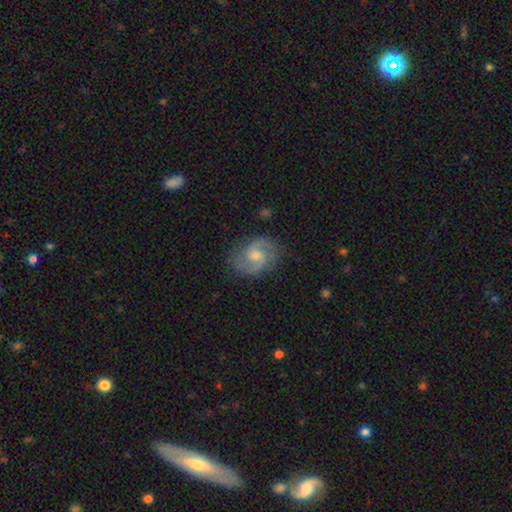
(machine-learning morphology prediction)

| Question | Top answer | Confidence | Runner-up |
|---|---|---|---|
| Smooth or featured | featured or disk | 87% | smooth (8%) |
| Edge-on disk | no | 98% | yes (2%) |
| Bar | weak | 48% | no (46%) |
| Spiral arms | yes | 97% | no (3%) |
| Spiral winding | medium | 60% | tight (22%) |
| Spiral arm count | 2 | 92% | can't tell (3%) |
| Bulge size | moderate | 58% | small (31%) |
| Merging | none | 82% | minor disturbance (13%) |